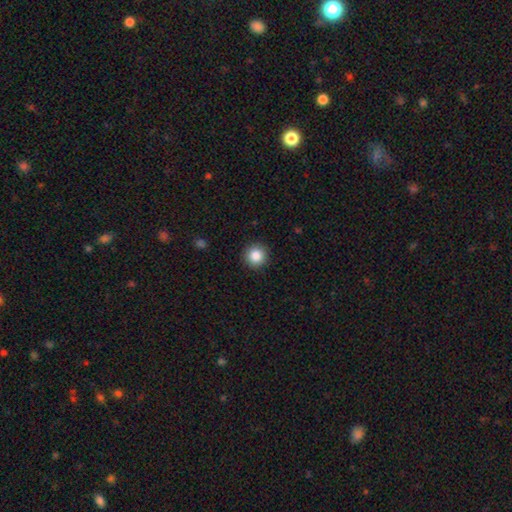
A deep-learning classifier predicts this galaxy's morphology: Smooth or featured: smooth — 86% (star or artifact — 10%)
How rounded: round — 95% (in between — 4%)
Merging: none — 92% (minor disturbance — 5%)